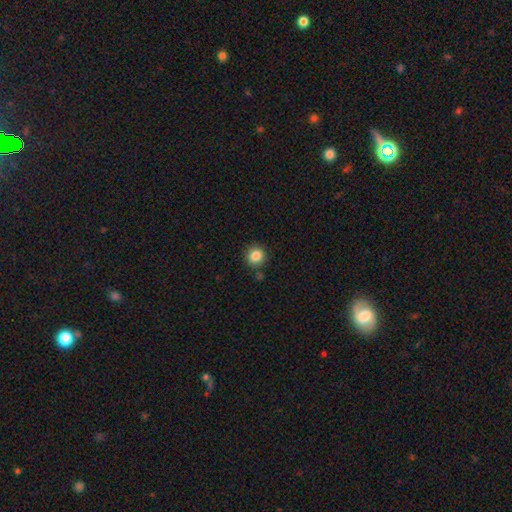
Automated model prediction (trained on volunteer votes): smooth_or_featured: smooth (p=0.85) [alt: star or artifact p=0.10]
how_rounded: round (p=0.88) [alt: in between p=0.11]
merging: none (p=0.85) [alt: minor disturbance p=0.09]